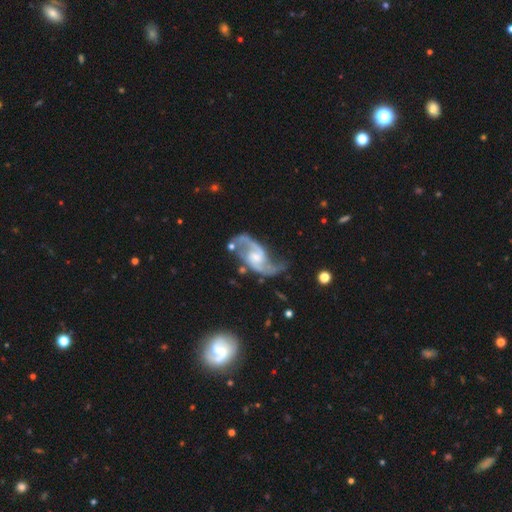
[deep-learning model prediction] The model was most divided on "bar": no: 45%, weak: 43%, strong: 11%. Remaining: spiral arms — yes (97%); edge-on disk — no (97%); spiral arm count — 2 (93%); smooth or featured — featured or disk (91%); merging — none (64%); spiral winding — loose (54%); bulge size — moderate (44%).